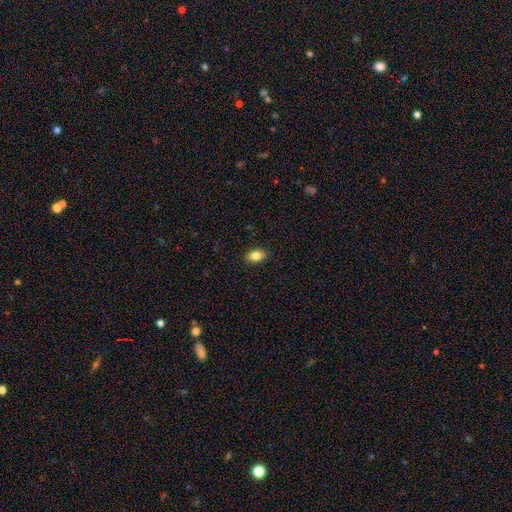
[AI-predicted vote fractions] Smooth or featured? Predicted: smooth (p=0.84). How rounded? Predicted: in between (p=0.87). Merging? Predicted: none (p=0.89).